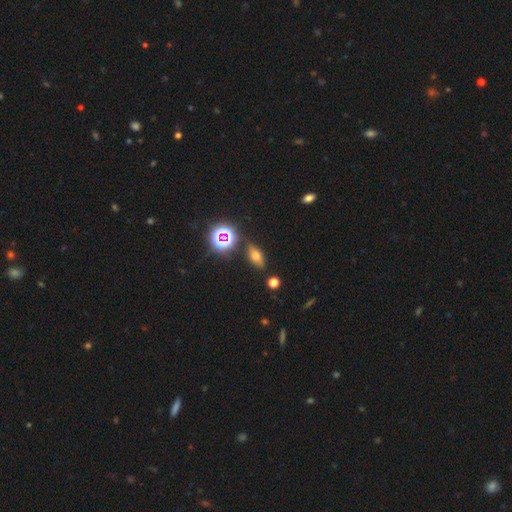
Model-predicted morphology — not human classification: This is possibly a smooth galaxy (57%). How rounded: likely in between (71%). Merging: clearly none (84%).